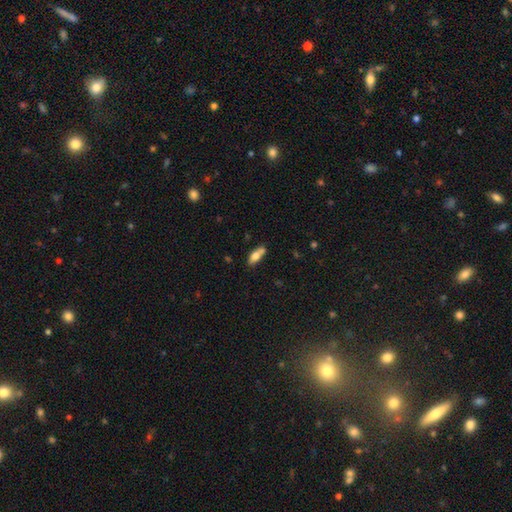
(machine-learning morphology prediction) smooth-or-featured: smooth: 73% | featured or disk: 19% | star or artifact: 8%
  how-rounded: in between: 75% | cigar-shaped: 22% | round: 3%
  merging: none: 54% | merger: 25% | minor disturbance: 17% | major disturbance: 4%